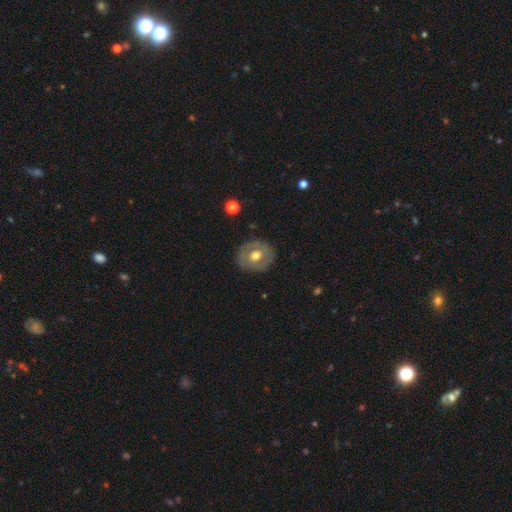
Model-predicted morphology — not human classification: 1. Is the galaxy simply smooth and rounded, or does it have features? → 50% featured or disk, 44% smooth, 6% star or artifact.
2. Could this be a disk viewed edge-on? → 95% no, 5% yes.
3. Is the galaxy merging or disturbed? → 84% none, 12% minor disturbance, 4% major disturbance, 1% merger.